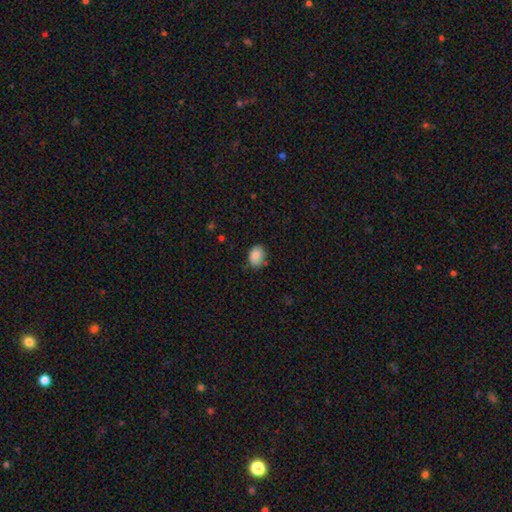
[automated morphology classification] Smooth or featured?
  - smooth: 84% *
  - star or artifact: 8%
  - featured or disk: 8%
How rounded?
  - in between: 62% *
  - round: 37%
  - cigar-shaped: 1%
Merging?
  - none: 69% *
  - minor disturbance: 24%
  - major disturbance: 4%
  - merger: 2%